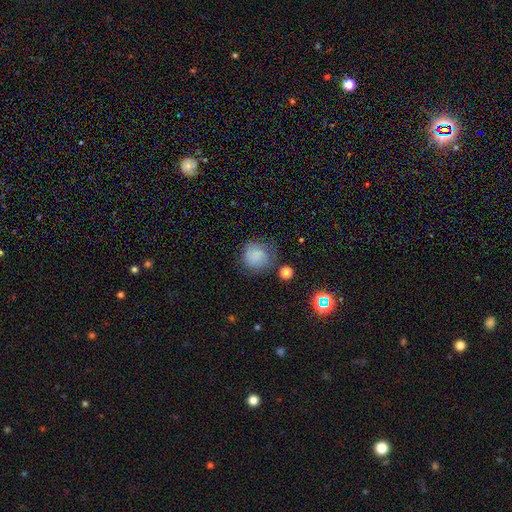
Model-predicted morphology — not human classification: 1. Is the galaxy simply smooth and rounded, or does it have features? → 78% smooth, 12% featured or disk, 10% star or artifact.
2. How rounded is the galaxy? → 88% round, 11% in between, 1% cigar-shaped.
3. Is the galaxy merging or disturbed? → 68% none, 20% minor disturbance, 8% major disturbance, 4% merger.